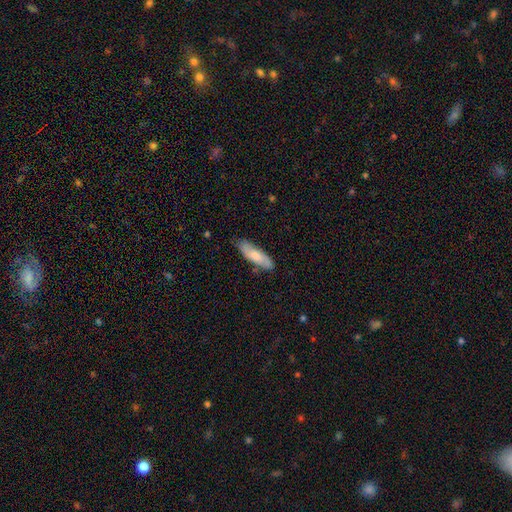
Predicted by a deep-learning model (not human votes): A smooth galaxy with no disk features (66%) that is cigar-shaped (51%).

Vote fractions:
- Smooth or featured? smooth: 66% / featured or disk: 29% / star or artifact: 6%
- How rounded? cigar-shaped: 51% / in between: 48% / round: 2%
- Merging? none: 77% / minor disturbance: 18% / major disturbance: 3% / merger: 2%